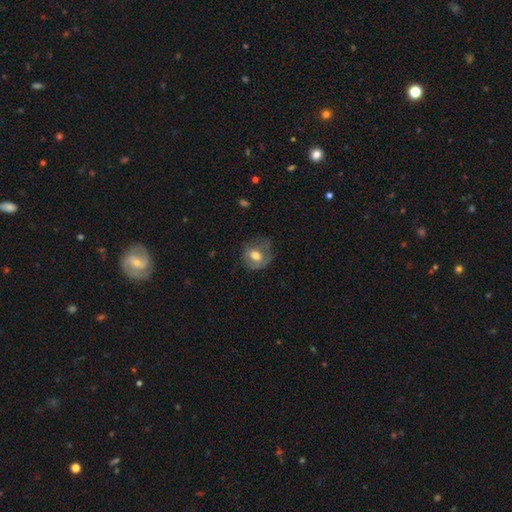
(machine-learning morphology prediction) smooth 55%, featured or disk 37%, star or artifact 8%. Down the decision tree: how rounded — round (63%); merging — none (52%).